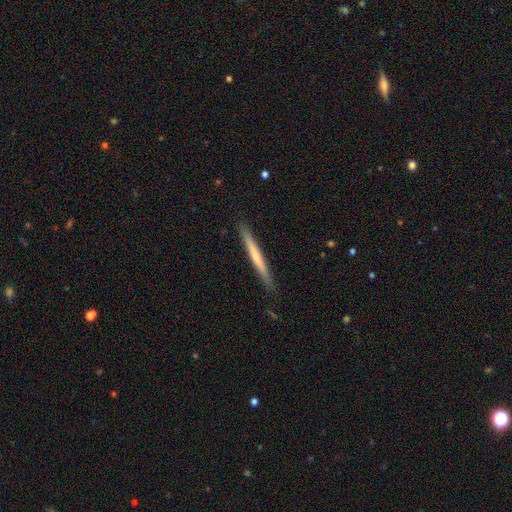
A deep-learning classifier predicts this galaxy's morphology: Smooth or featured?
  - smooth: 51% *
  - featured or disk: 44%
  - star or artifact: 5%
How rounded?
  - cigar-shaped: 97% *
  - in between: 2%
  - round: 1%
Merging?
  - none: 89% *
  - minor disturbance: 8%
  - major disturbance: 1%
  - merger: 1%